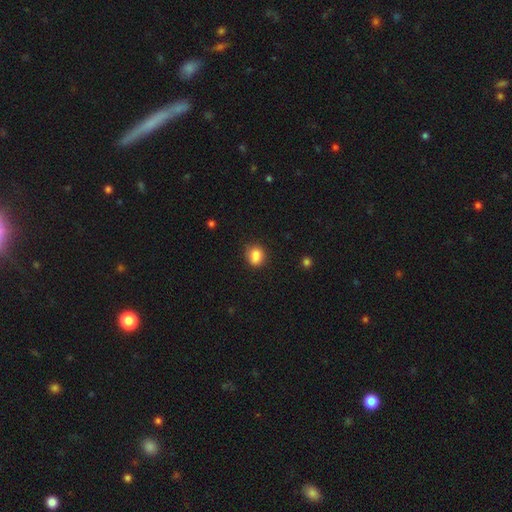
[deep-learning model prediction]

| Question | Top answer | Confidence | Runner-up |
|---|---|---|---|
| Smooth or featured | smooth | 85% | star or artifact (9%) |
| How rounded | round | 55% | in between (44%) |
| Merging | none | 73% | minor disturbance (19%) |